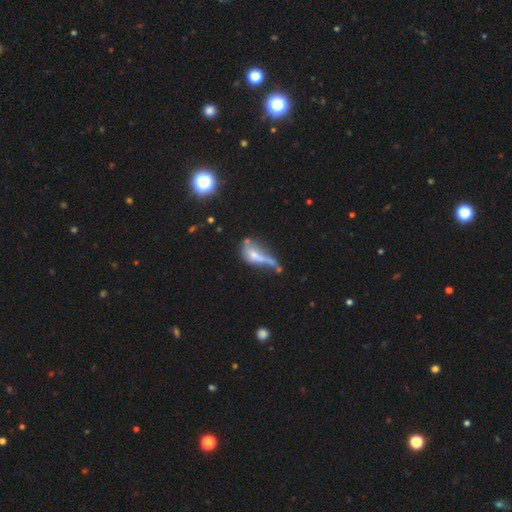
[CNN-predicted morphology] Smooth or featured: featured or disk — 45% (smooth — 42%)
Merging: major disturbance — 36% (merger — 32%)